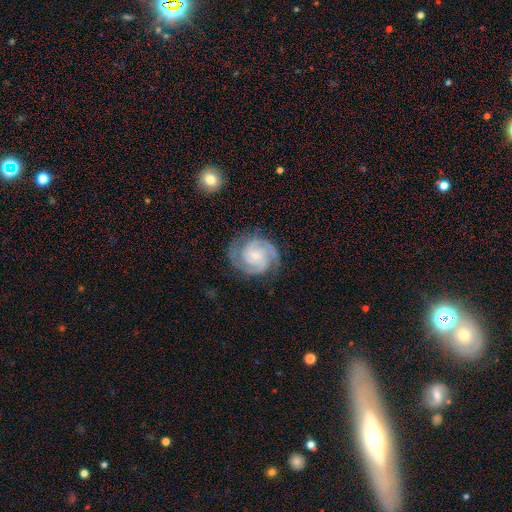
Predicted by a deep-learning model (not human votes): smooth-or-featured: featured or disk: 89% | smooth: 6% | star or artifact: 5%
  disk-edge-on: no: 98% | yes: 2%
    bar: no: 66% | weak: 28% | strong: 7%
    has-spiral-arms: yes: 98% | no: 2%
      spiral-winding: tight: 66% | medium: 30% | loose: 4%
      spiral-arm-count: 2: 53% | 3: 27% | can't tell: 9% | 4: 5% | 1: 4% | more than 4: 4%
    bulge-size: small: 75% | moderate: 20% | none: 3% | large: 1% | dominant: 1%
  merging: none: 78% | minor disturbance: 15% | major disturbance: 5% | merger: 1%